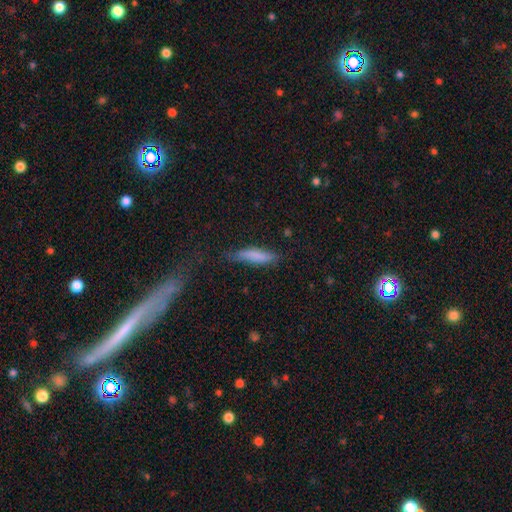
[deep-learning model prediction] Smooth or featured?
  - smooth: 78% *
  - featured or disk: 15%
  - star or artifact: 7%
How rounded?
  - cigar-shaped: 70% *
  - in between: 28%
  - round: 2%
Merging?
  - none: 61% *
  - minor disturbance: 27%
  - major disturbance: 9%
  - merger: 3%